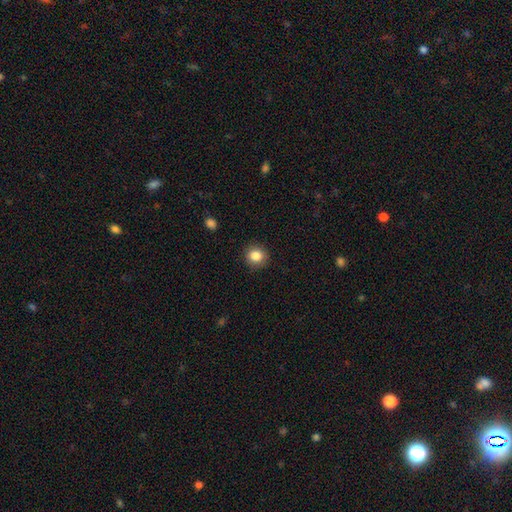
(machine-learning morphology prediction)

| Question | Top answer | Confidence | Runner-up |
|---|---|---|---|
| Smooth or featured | smooth | 84% | star or artifact (10%) |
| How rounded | round | 87% | in between (12%) |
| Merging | none | 90% | minor disturbance (7%) |